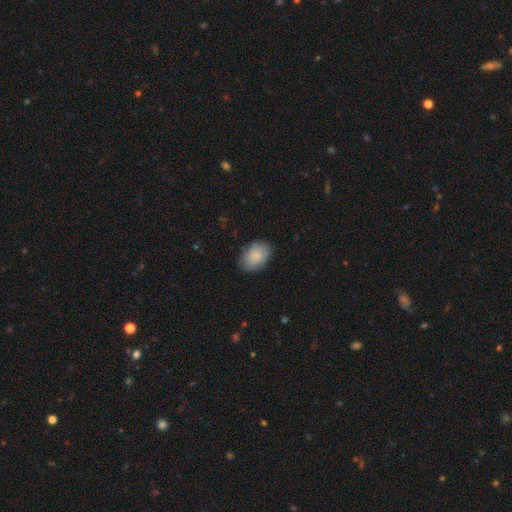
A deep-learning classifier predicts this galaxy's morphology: type=smooth (75%); roundness=in between (77%); merging=none (82%).